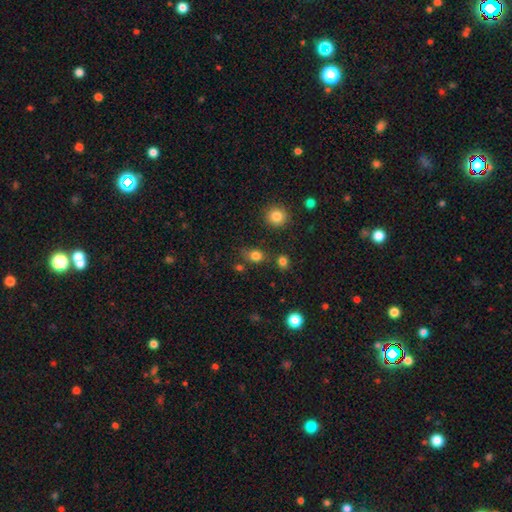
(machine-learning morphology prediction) type=smooth (80%); roundness=round (59%); merging=none (73%).